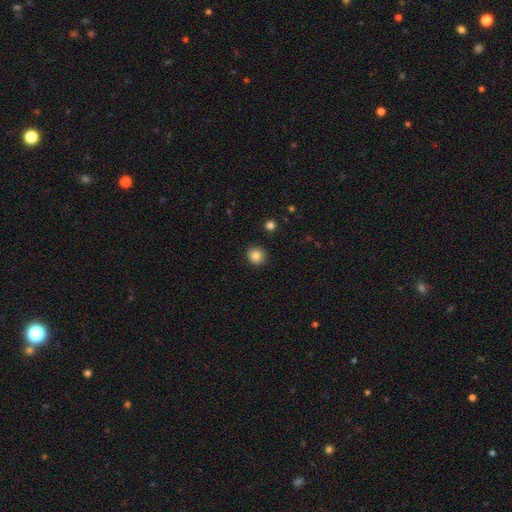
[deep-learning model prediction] A smooth galaxy with no disk features (85%) that is round (90%).

Vote fractions:
- Smooth or featured? smooth: 85% / star or artifact: 10% / featured or disk: 6%
- How rounded? round: 90% / in between: 9% / cigar-shaped: 1%
- Merging? none: 91% / minor disturbance: 6% / major disturbance: 2% / merger: 1%